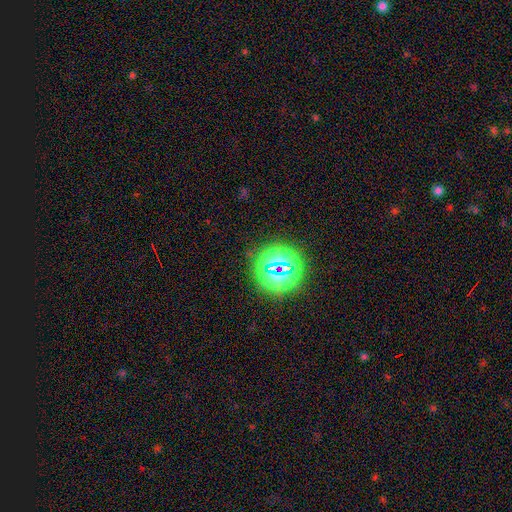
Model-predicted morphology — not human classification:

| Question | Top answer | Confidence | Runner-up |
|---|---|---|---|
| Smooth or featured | star or artifact | 72% | smooth (19%) |